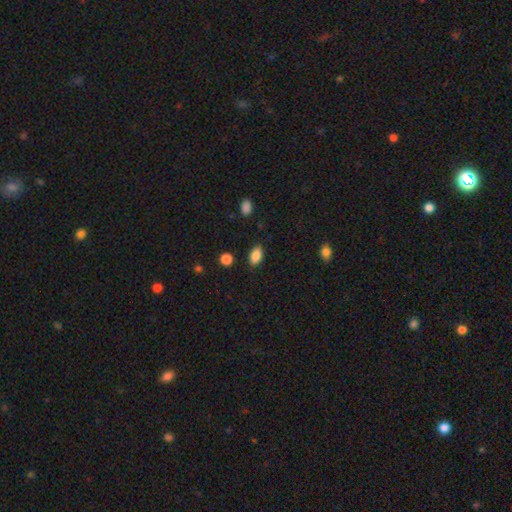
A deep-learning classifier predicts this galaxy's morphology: type=smooth (87%); roundness=in between (90%); merging=none (86%).